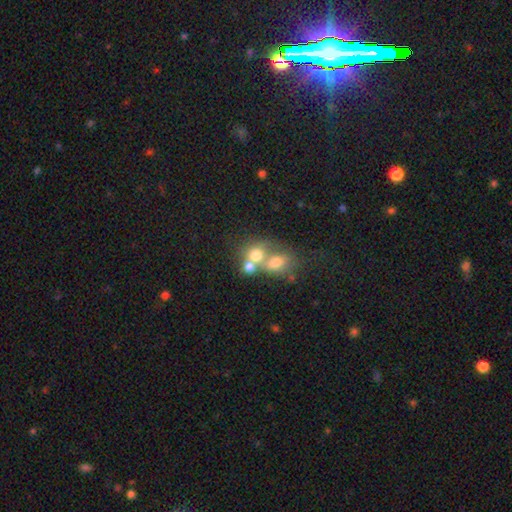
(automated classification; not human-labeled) This appears to be a smooth galaxy with no disk features (66%) that is round (66%). Merging: merger (58%).